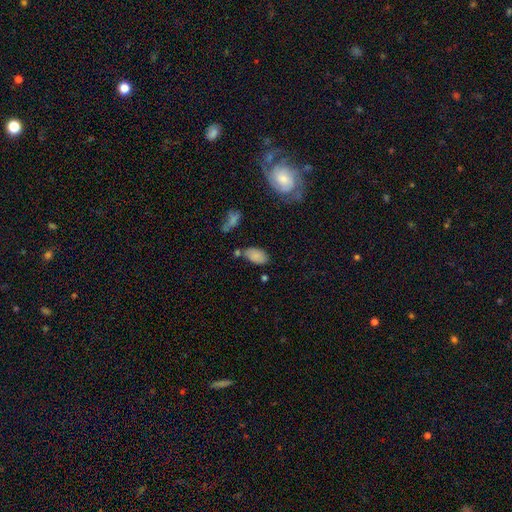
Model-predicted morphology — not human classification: Overall: smooth (83%). How rounded: in between (94%). Merging: none (66%).